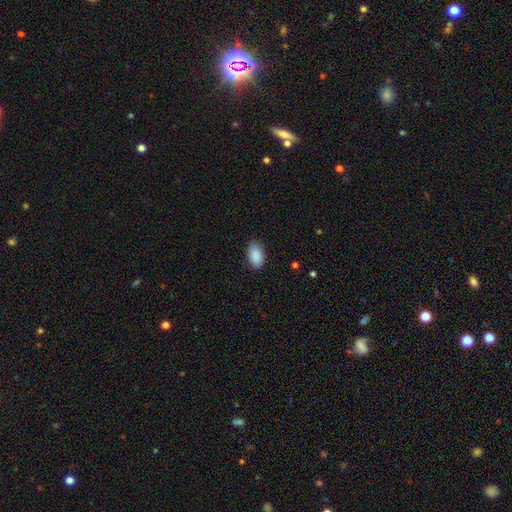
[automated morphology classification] This is clearly a smooth galaxy (90%). How rounded: clearly in between (94%). Merging: clearly none (84%).